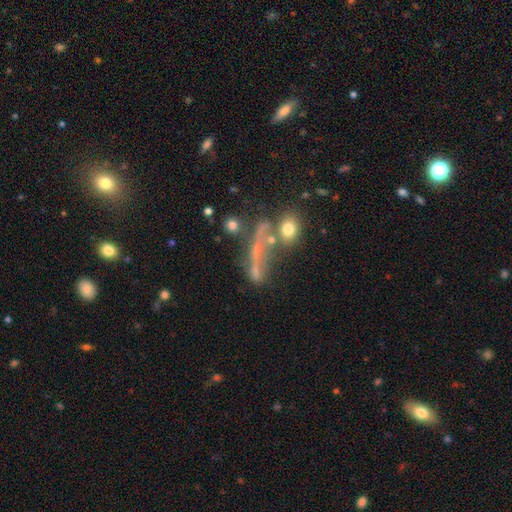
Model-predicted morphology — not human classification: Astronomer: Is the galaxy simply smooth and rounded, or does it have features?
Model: smooth — 41% (runner-up: featured or disk, 38%).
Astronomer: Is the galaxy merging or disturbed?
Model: none — 37% (runner-up: merger, 24%).